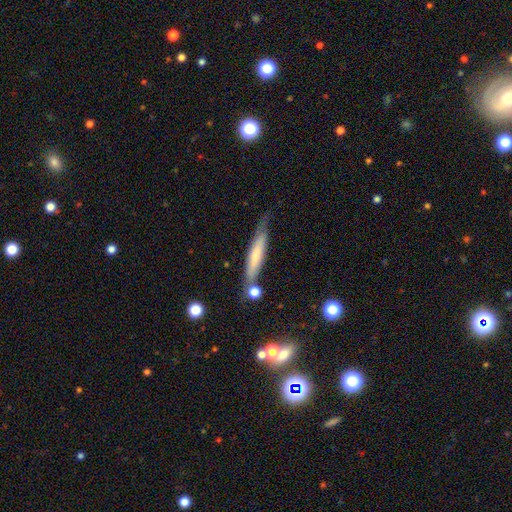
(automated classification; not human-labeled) Smooth or featured? smooth (59%)
How rounded? cigar-shaped (90%)
Merging? none (63%)